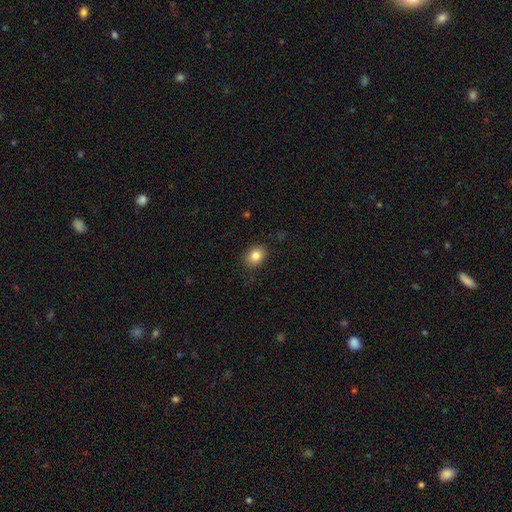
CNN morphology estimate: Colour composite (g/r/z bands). It shows a smooth galaxy with no disk features (84%) that is in between round and cigar-shaped (53%). Merging: none (86%).